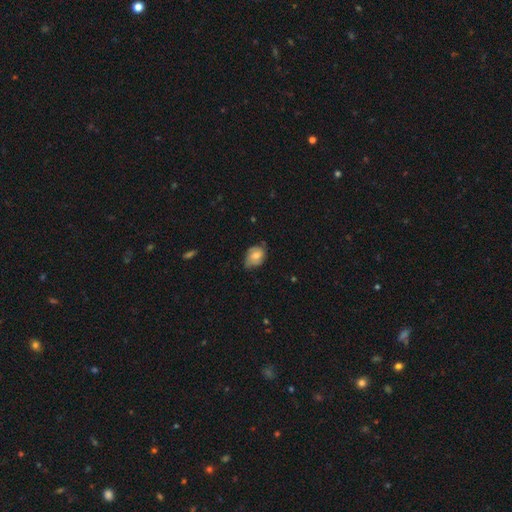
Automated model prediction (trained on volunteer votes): Smooth or featured: smooth — 64% (featured or disk — 28%)
How rounded: in between — 73% (round — 25%)
Merging: none — 55% (minor disturbance — 36%)